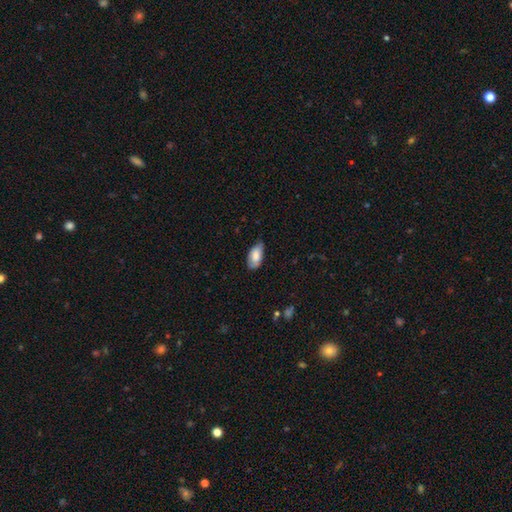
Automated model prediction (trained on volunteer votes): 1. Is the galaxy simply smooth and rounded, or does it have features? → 79% smooth, 15% featured or disk, 6% star or artifact.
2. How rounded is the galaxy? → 94% in between, 4% cigar-shaped, 3% round.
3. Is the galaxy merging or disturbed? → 66% none, 29% minor disturbance, 4% major disturbance, 1% merger.